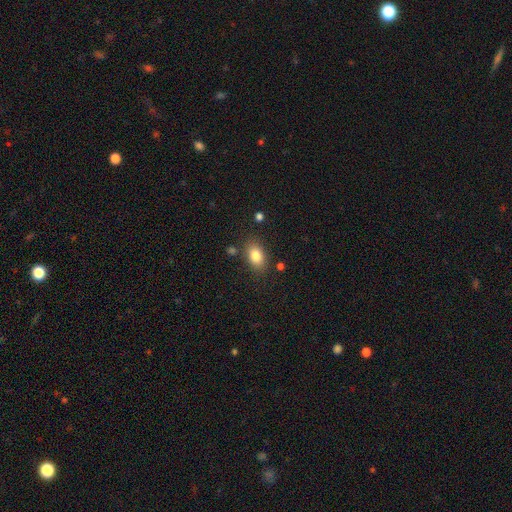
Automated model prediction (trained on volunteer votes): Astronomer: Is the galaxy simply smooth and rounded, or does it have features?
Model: smooth — 83%.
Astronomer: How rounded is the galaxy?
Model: in between — 86%.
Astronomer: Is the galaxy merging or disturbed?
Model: none — 82%.